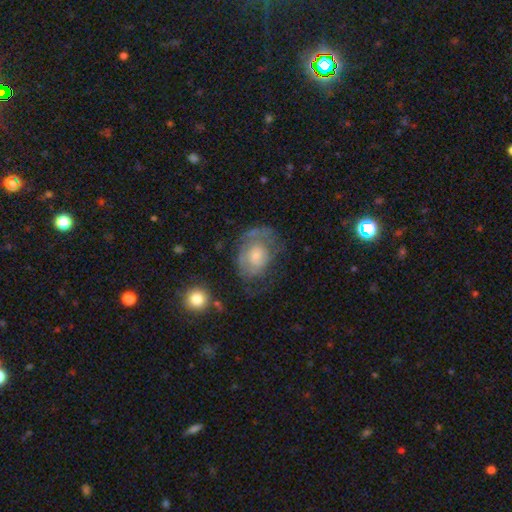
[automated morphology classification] Smooth or featured: featured or disk — 62% (smooth — 30%)
Edge-on disk: no — 96% (yes — 4%)
Bar: no — 76% (weak — 21%)
Spiral arms: yes — 66% (no — 34%)
Bulge size: small — 46% (moderate — 41%)
Merging: none — 47% (major disturbance — 26%)